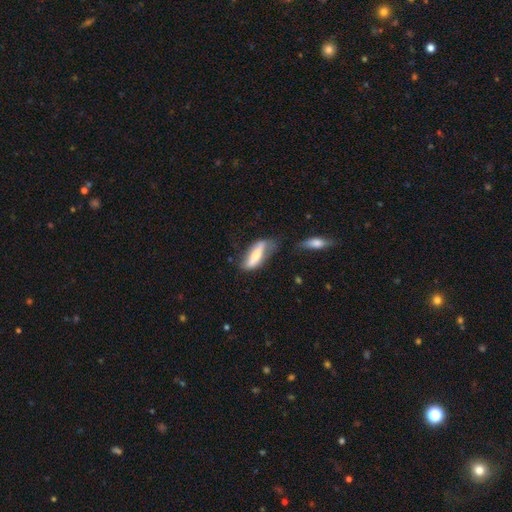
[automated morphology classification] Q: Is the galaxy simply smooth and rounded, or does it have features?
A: smooth — 53%.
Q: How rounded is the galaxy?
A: in between — 54%.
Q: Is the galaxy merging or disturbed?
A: none — 43%.